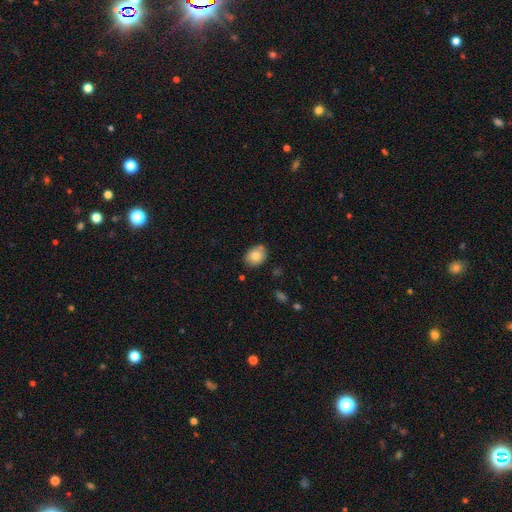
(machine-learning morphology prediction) The model was most divided on "how rounded": in between: 65%, round: 34%, cigar-shaped: 1%. More confident: smooth or featured — smooth (82%); merging — none (77%).